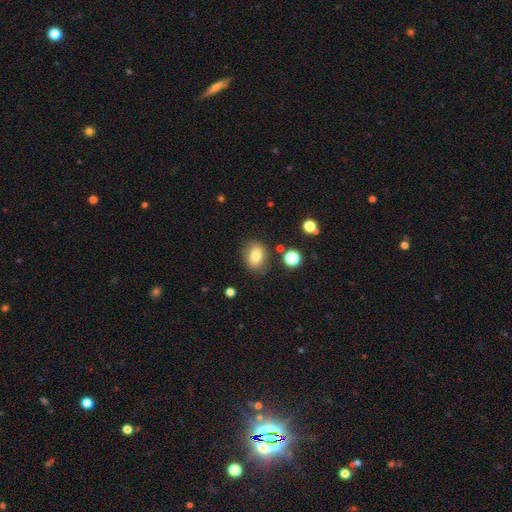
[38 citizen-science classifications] Smooth or featured?
  - smooth: 92% *
  - featured or disk: 5%
  - star or artifact: 3%
How rounded?
  - round: 63% *
  - in between: 34%
  - cigar-shaped: 3%
Merging?
  - none: 70% *
  - minor disturbance: 24%
  - major disturbance: 5%
  - merger: 0%